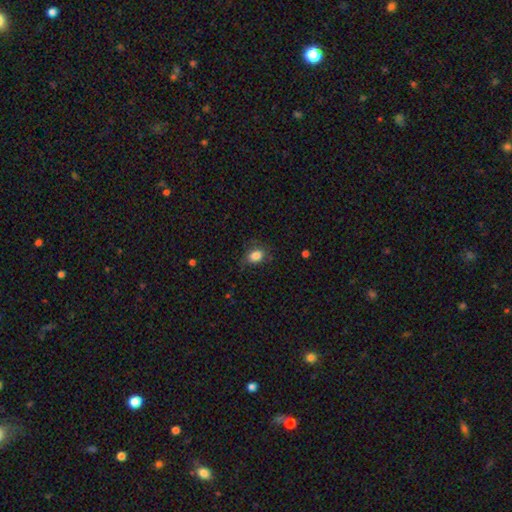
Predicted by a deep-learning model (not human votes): Overall: smooth (84%). How rounded: in between (69%; round 30%). Merging: none (73%).